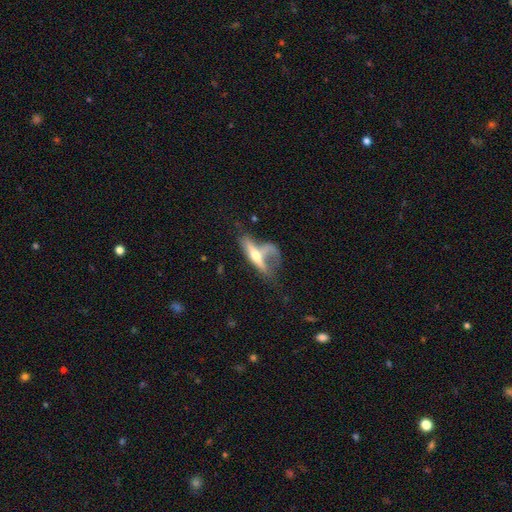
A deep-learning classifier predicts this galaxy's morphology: smooth_or_featured: featured or disk (p=0.55) [alt: smooth p=0.38]
disk_edge_on: yes (p=0.71) [alt: no p=0.29]
merging: major disturbance (p=0.36) [alt: none p=0.26]